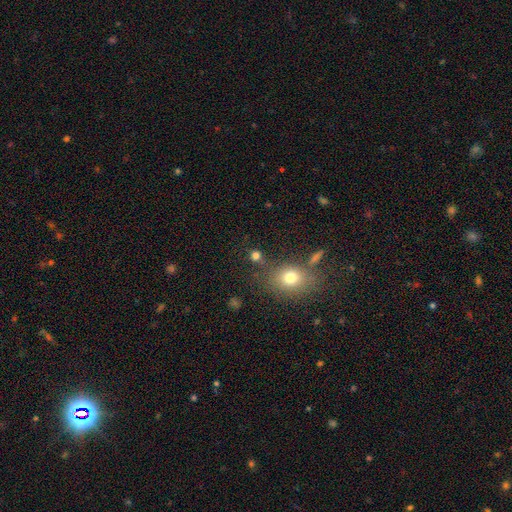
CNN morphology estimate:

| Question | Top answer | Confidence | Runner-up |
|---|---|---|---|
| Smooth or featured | smooth | 75% | star or artifact (18%) |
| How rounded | round | 81% | in between (17%) |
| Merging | none | 72% | merger (12%) |